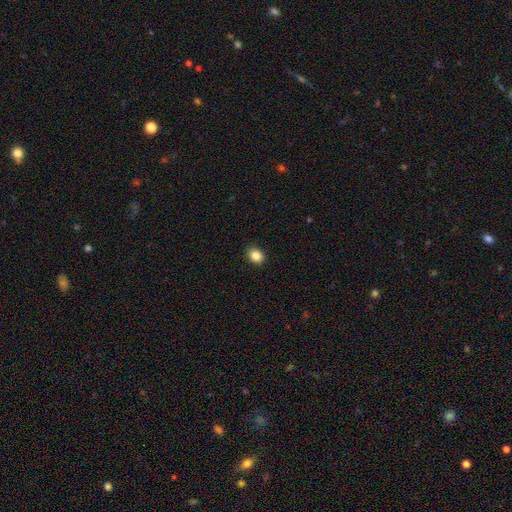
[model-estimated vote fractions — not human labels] Smooth or featured: smooth — 87% (star or artifact — 10%)
How rounded: round — 53% (in between — 46%)
Merging: none — 91% (minor disturbance — 7%)